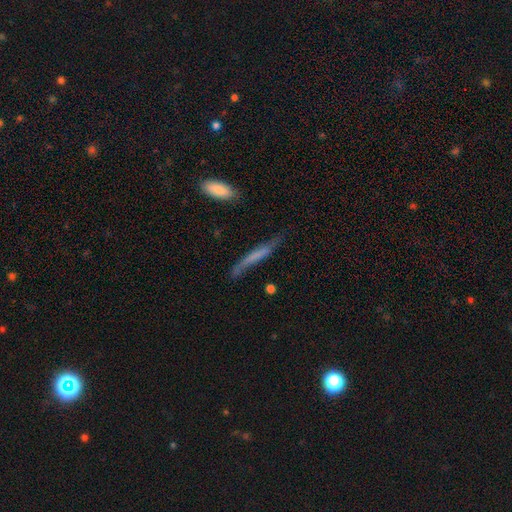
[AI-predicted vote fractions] A smooth galaxy with no disk features (50%) that is cigar-shaped (91%). Merging: none (58%).